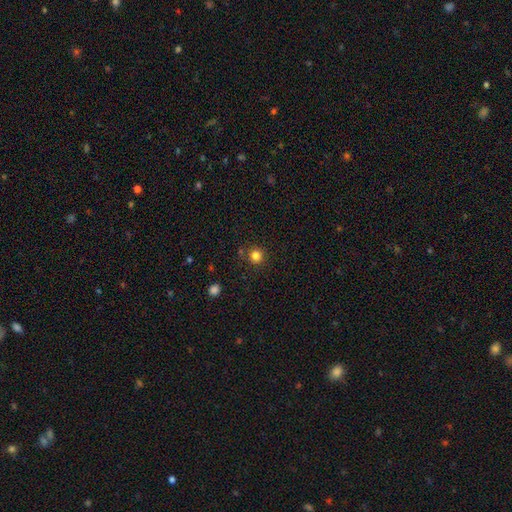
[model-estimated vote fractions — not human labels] This appears to be a smooth galaxy with no disk features (82%) that is round (94%). Merging: none (85%).